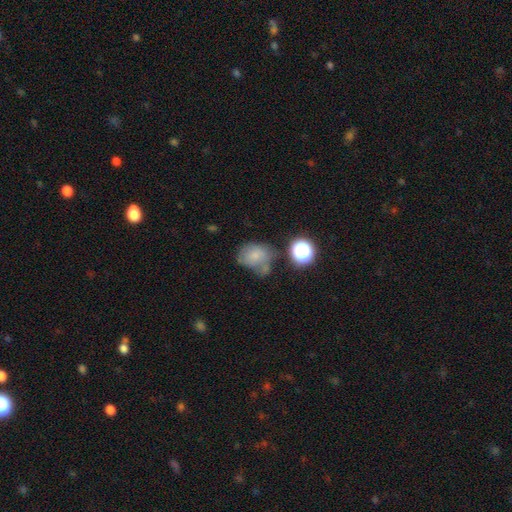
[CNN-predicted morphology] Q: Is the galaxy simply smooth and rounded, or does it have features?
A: smooth — 67%.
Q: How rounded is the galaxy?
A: in between — 56%.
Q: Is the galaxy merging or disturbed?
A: none — 35%.